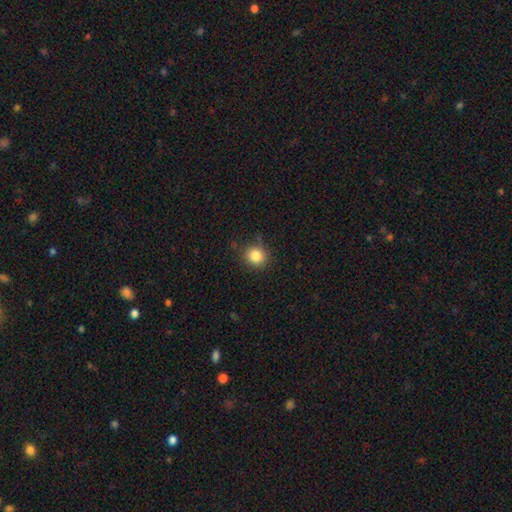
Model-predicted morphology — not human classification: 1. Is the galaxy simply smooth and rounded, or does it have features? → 84% smooth, 11% star or artifact, 5% featured or disk.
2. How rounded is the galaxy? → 87% round, 12% in between, 1% cigar-shaped.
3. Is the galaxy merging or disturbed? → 83% none, 12% minor disturbance, 3% major disturbance, 2% merger.